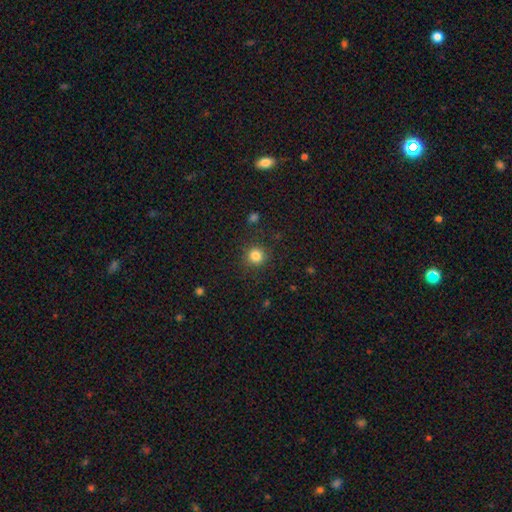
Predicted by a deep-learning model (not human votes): Smooth or featured?
  - smooth: 83% *
  - star or artifact: 12%
  - featured or disk: 5%
How rounded?
  - round: 92% *
  - in between: 7%
  - cigar-shaped: 1%
Merging?
  - none: 88% *
  - minor disturbance: 7%
  - major disturbance: 3%
  - merger: 1%